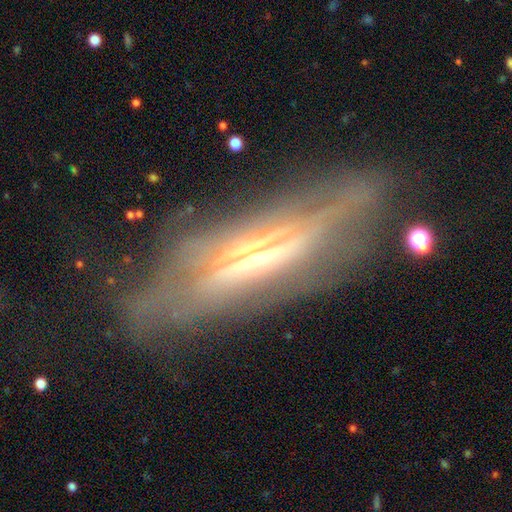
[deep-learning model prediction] Overall: featured or disk (79%). Edge-on disk: yes (82%). Edge-on bulge: rounded (78%). Merging: none (62%).